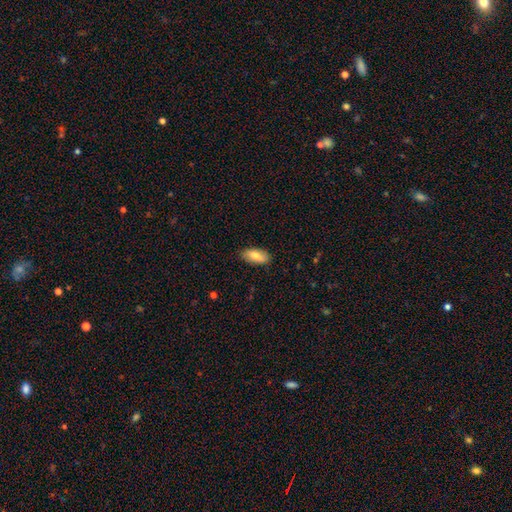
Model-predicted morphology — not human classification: The model was most divided on "smooth or featured": smooth: 80%, featured or disk: 13%, star or artifact: 6%. More confident: how rounded — in between (88%); merging — none (87%).